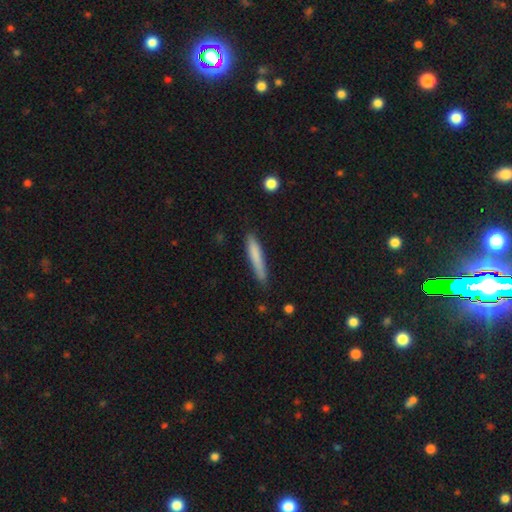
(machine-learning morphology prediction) A smooth galaxy with no disk features (78%) that is cigar-shaped (93%). Merging: none (80%).